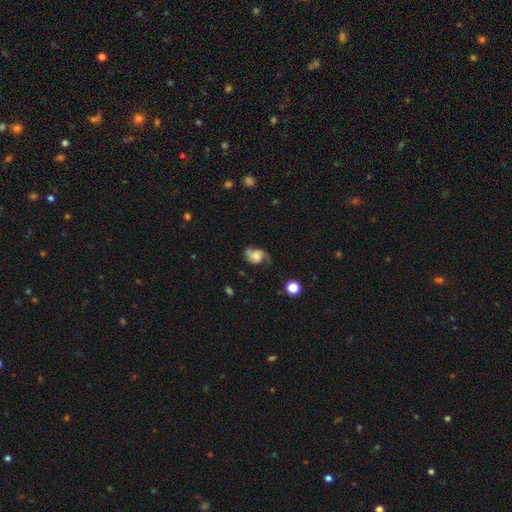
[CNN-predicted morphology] Smooth or featured?
  - featured or disk: 59% *
  - smooth: 31%
  - star or artifact: 10%
Edge-on disk?
  - no: 97% *
  - yes: 3%
Bar?
  - no: 70% *
  - weak: 25%
  - strong: 5%
Spiral arms?
  - yes: 91% *
  - no: 9%
Spiral winding?
  - loose: 48% *
  - medium: 37%
  - tight: 15%
Spiral arm count?
  - 2: 79% *
  - 1: 11%
  - can't tell: 5%
  - 3: 2%
  - 4: 1%
  - more than 4: 1%
Bulge size?
  - large: 29% *
  - none: 25%
  - moderate: 19%
  - small: 16%
  - dominant: 11%
Merging?
  - none: 56% *
  - minor disturbance: 26%
  - major disturbance: 16%
  - merger: 3%